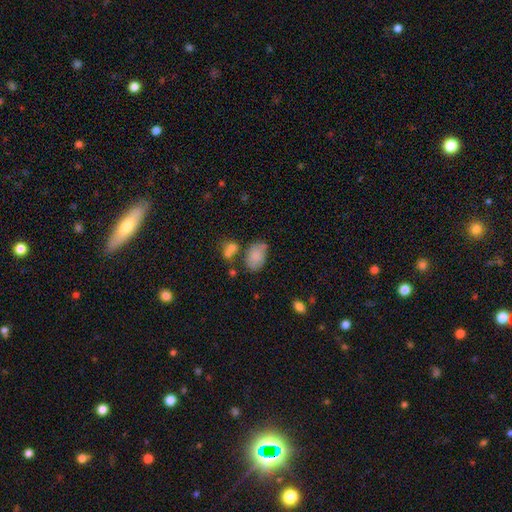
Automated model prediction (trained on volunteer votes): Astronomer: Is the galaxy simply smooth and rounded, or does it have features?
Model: smooth — 81%.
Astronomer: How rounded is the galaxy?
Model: in between — 90%.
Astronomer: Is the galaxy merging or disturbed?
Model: none — 53%.